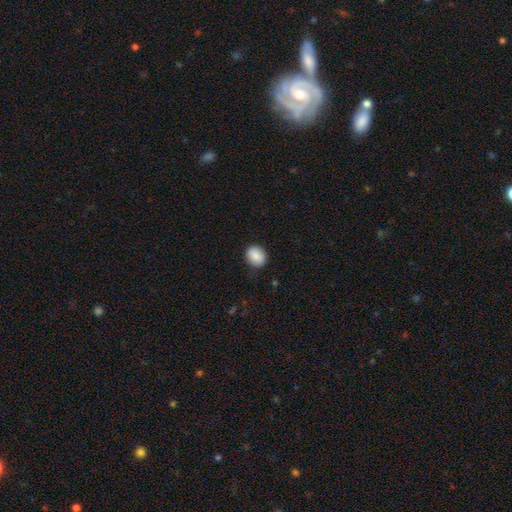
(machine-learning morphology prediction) This is clearly a smooth galaxy (88%). How rounded: possibly in between (53%). Merging: clearly none (84%).